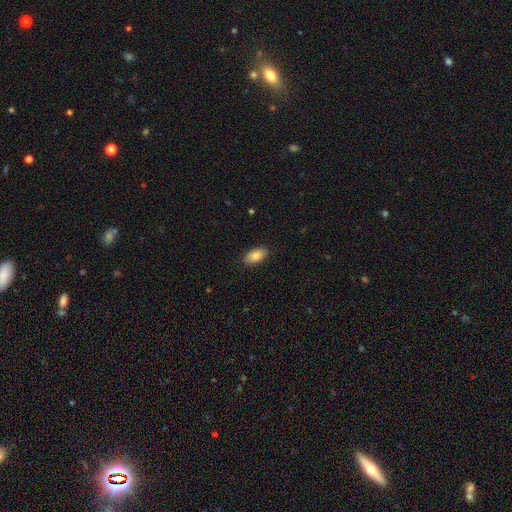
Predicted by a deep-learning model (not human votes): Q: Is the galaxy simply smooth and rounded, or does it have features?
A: smooth — 85%.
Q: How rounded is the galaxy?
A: in between — 93%.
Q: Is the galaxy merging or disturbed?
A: none — 88%.